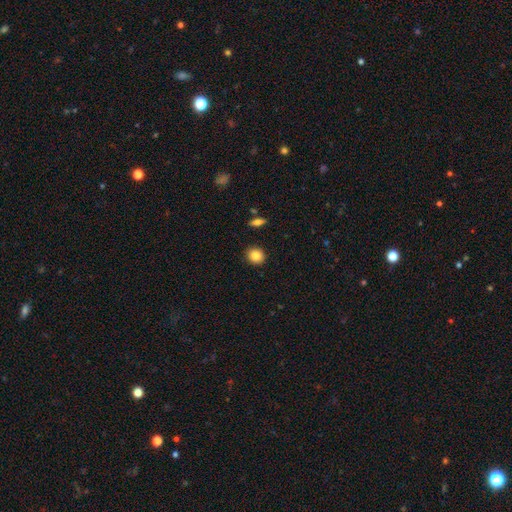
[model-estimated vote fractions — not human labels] Smooth or featured: smooth — 87% (star or artifact — 9%)
How rounded: round — 84% (in between — 15%)
Merging: none — 91% (minor disturbance — 6%)